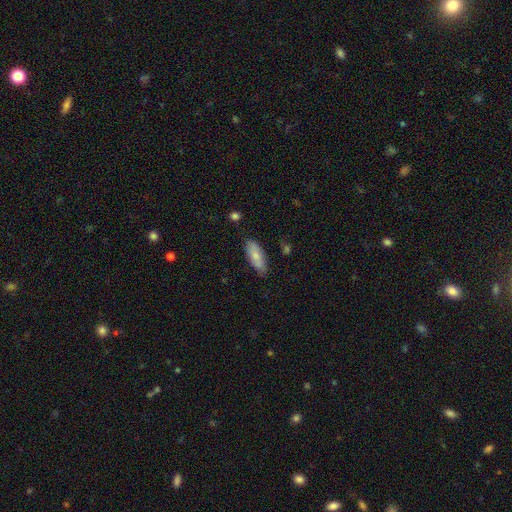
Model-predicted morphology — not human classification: Smooth or featured? Predicted: smooth (p=0.74). How rounded? Predicted: in between (p=0.72). Merging? Predicted: none (p=0.77).